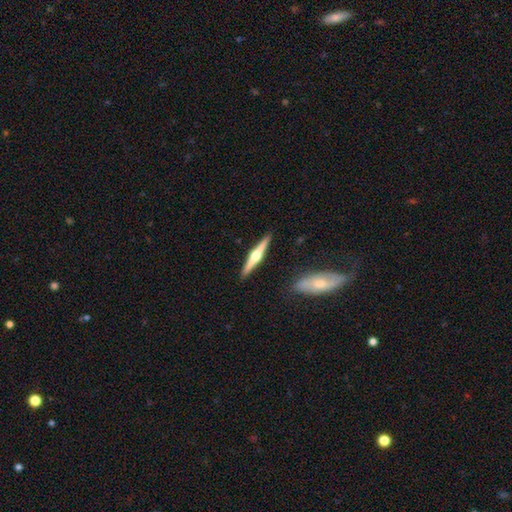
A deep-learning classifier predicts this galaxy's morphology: The model was most divided on "smooth or featured": featured or disk: 72%, smooth: 24%, star or artifact: 5%. More confident: edge-on disk — yes (98%); edge-on bulge — rounded (94%); merging — none (91%).